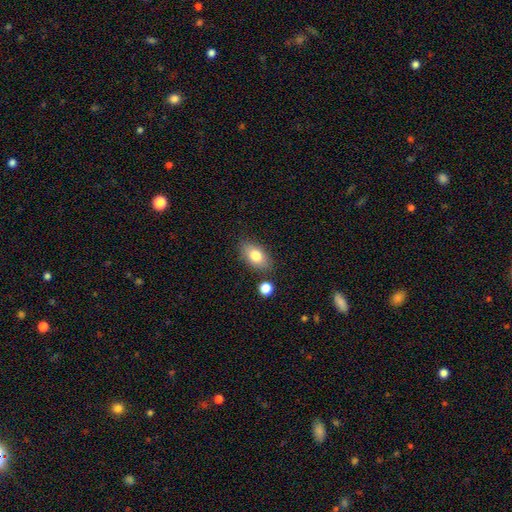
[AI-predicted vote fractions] Overall: smooth (80%). How rounded: in between (89%). Merging: none (81%).